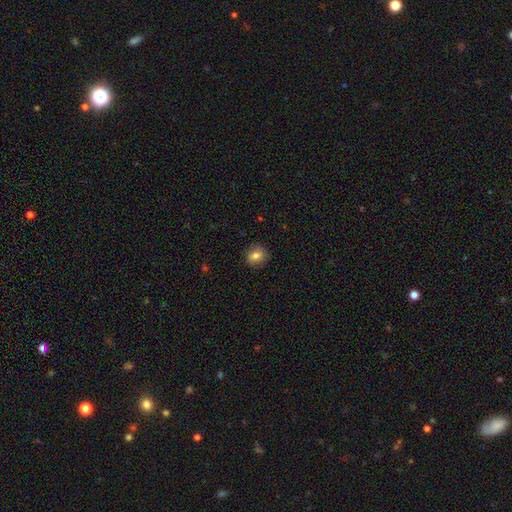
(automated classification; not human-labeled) smooth-or-featured: smooth: 80% | star or artifact: 10% | featured or disk: 10%
  how-rounded: round: 69% | in between: 30% | cigar-shaped: 1%
  merging: none: 87% | minor disturbance: 9% | major disturbance: 2% | merger: 1%